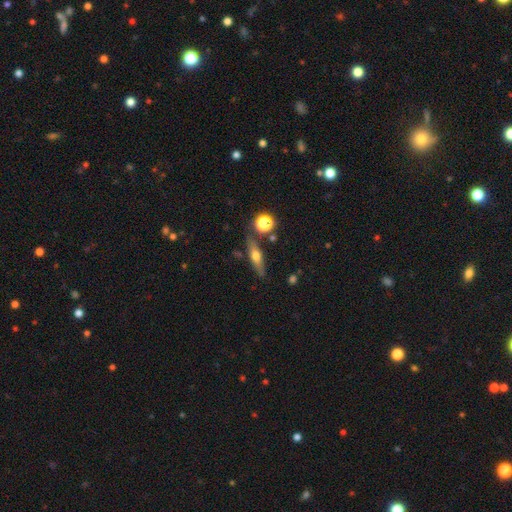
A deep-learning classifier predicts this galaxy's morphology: smooth-or-featured: featured or disk: 48% | smooth: 44% | star or artifact: 9%
  merging: none: 80% | minor disturbance: 12% | merger: 5% | major disturbance: 3%